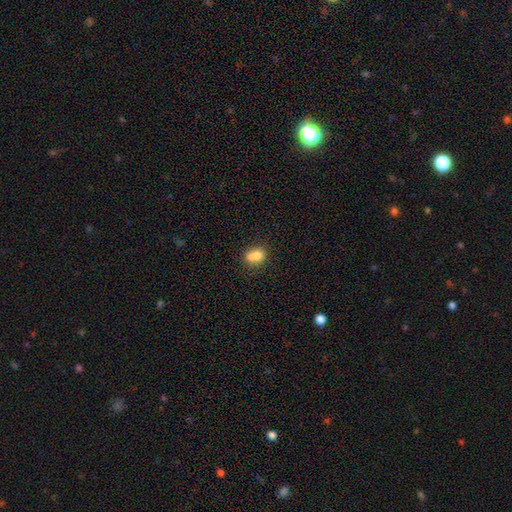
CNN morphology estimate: Smooth or featured: smooth — 76% (featured or disk — 14%)
How rounded: round — 51% (in between — 48%)
Merging: merger — 40% (none — 39%)